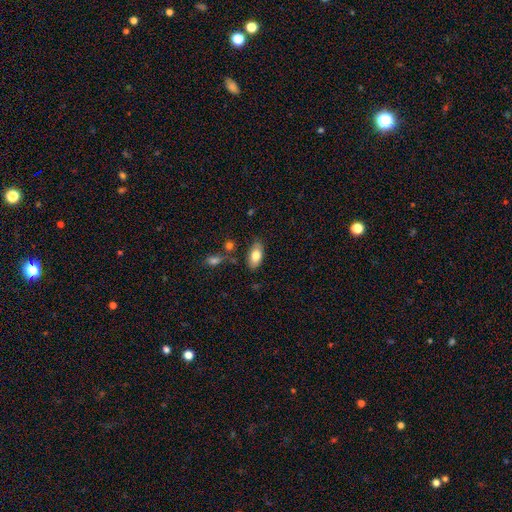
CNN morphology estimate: Overall: smooth (78%). How rounded: in between (93%). Merging: none (81%).